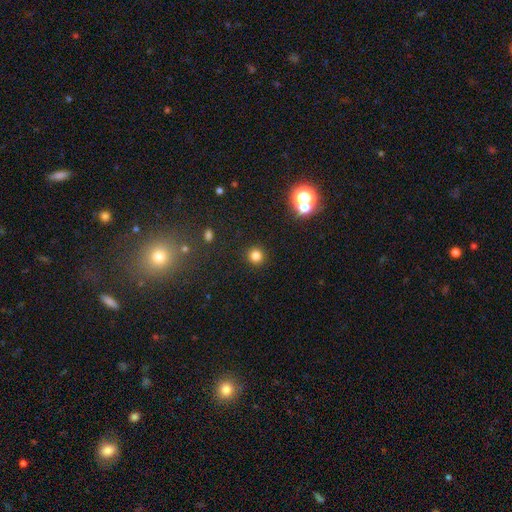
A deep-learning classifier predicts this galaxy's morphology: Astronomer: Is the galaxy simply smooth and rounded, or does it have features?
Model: smooth — 81%.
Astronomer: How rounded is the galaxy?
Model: round — 94%.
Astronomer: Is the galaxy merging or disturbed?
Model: none — 91%.